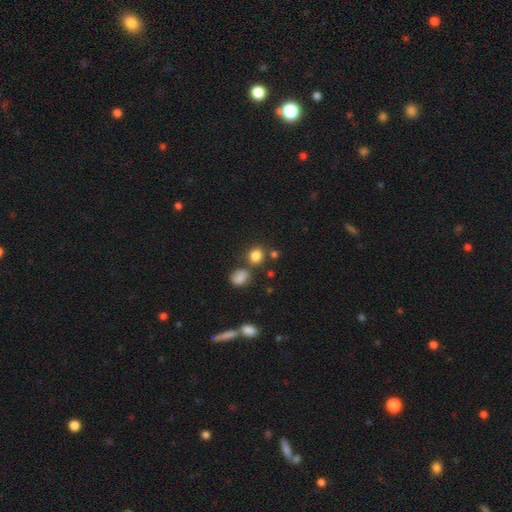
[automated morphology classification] This appears to be a smooth galaxy with no disk features (82%) that is round (66%). Merging: none (69%).